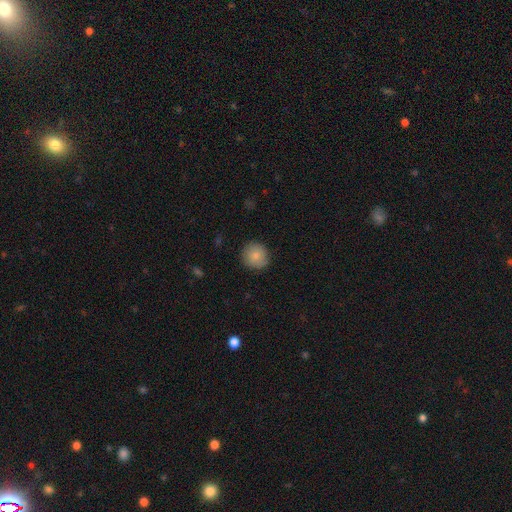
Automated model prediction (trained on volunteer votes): Q: Smooth or featured?
A: smooth (83%); runner-up: featured or disk (9%)
Q: How rounded?
A: round (91%); runner-up: in between (8%)
Q: Merging?
A: none (87%); runner-up: minor disturbance (10%)